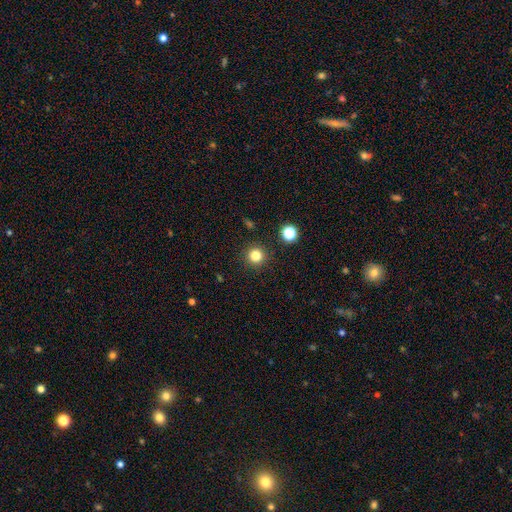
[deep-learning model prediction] smooth-or-featured: smooth: 82% | star or artifact: 13% | featured or disk: 5%
  how-rounded: round: 95% | in between: 4% | cigar-shaped: 1%
  merging: none: 91% | minor disturbance: 5% | major disturbance: 2% | merger: 2%